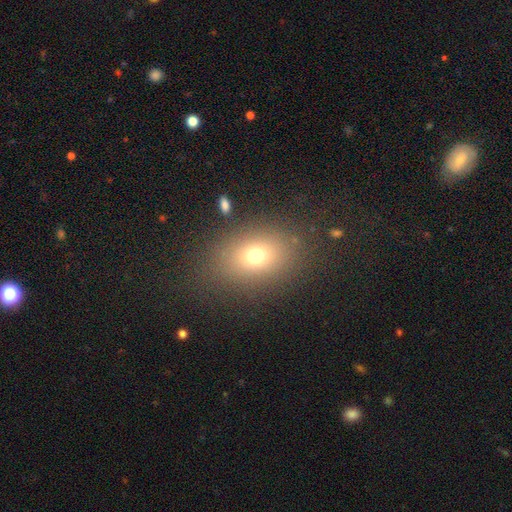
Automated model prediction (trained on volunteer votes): This is likely a smooth galaxy (70%). How rounded: likely in between (67%). Merging: clearly none (82%).